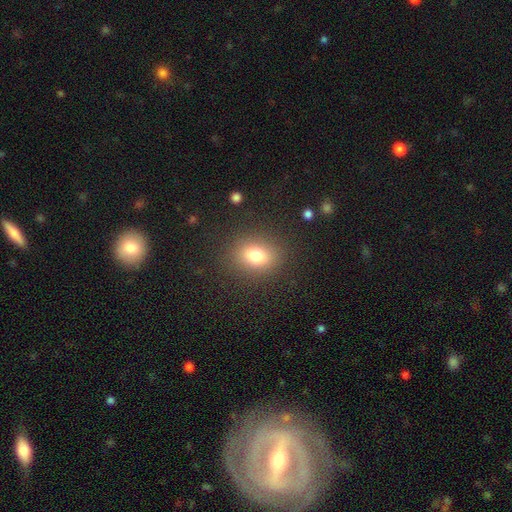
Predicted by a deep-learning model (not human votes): A smooth galaxy with no disk features (78%) that is in between round and cigar-shaped (50%). Merging: none (86%).